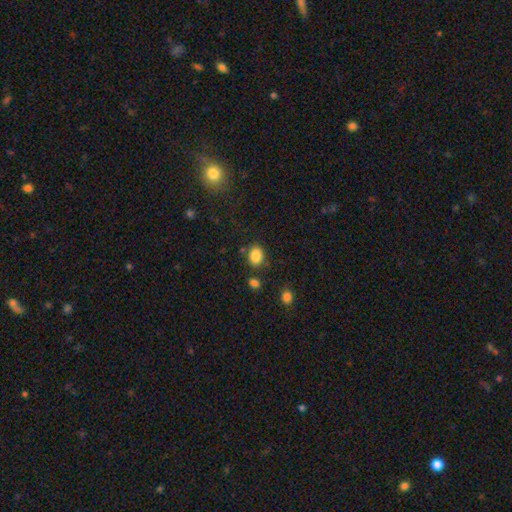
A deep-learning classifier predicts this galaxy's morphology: type=smooth (86%); roundness=in between (59%); merging=none (77%).